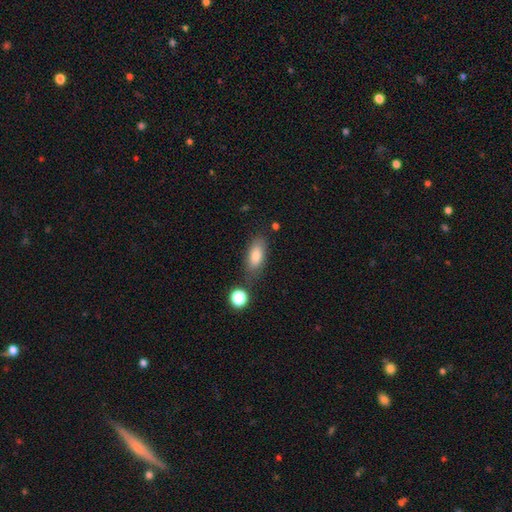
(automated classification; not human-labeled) smooth 82%, featured or disk 10%, star or artifact 8%. Down the decision tree: how rounded — in between (83%); merging — none (73%).